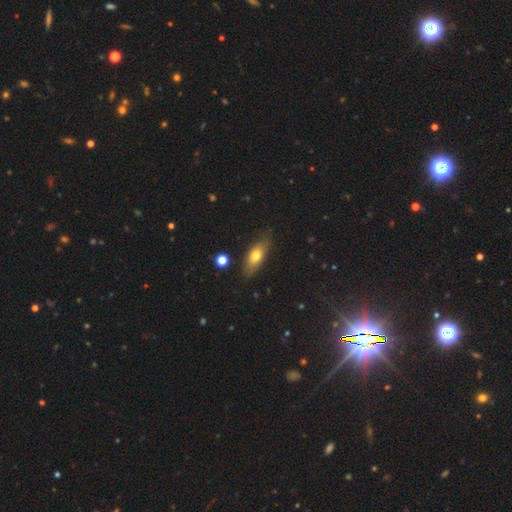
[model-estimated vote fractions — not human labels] smooth 68%, featured or disk 24%, star or artifact 7%. Down the decision tree: how rounded — in between (69%); merging — none (79%).